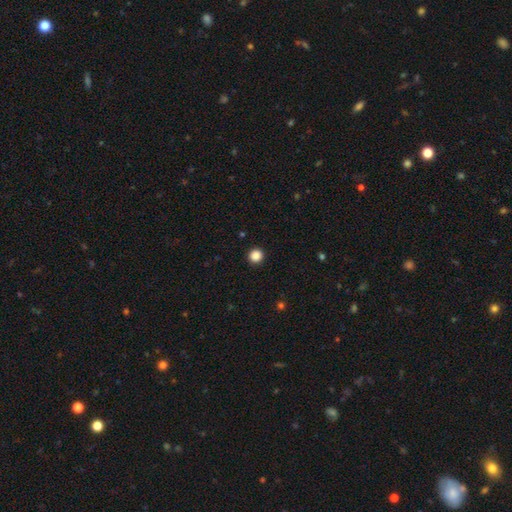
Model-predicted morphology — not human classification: Q: Smooth or featured?
A: smooth (87%); runner-up: star or artifact (11%)
Q: How rounded?
A: round (95%); runner-up: in between (4%)
Q: Merging?
A: none (94%); runner-up: minor disturbance (4%)